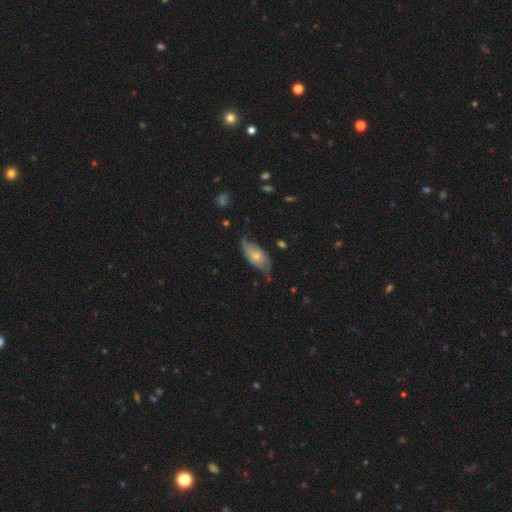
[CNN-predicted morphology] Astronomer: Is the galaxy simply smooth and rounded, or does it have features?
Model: featured or disk — 48% (runner-up: smooth, 45%).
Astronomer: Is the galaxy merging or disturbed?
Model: none — 56% (runner-up: minor disturbance, 32%).